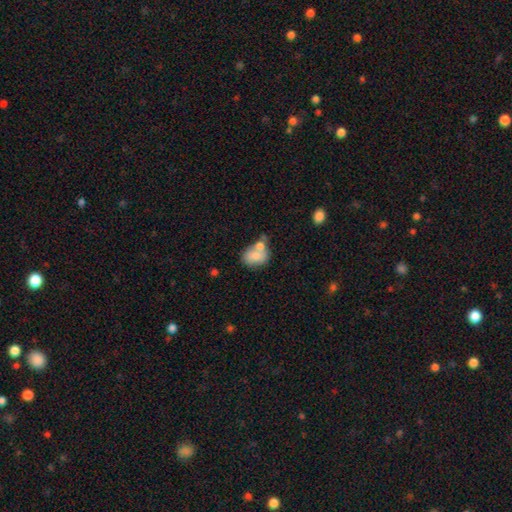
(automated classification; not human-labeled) Smooth or featured? smooth (74%)
How rounded? in between (63%)
Merging? merger (43%)